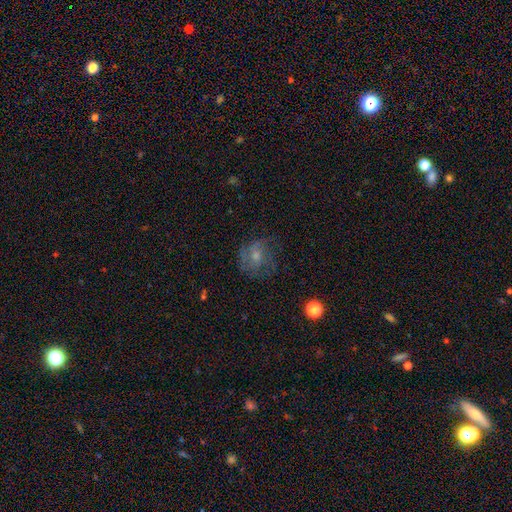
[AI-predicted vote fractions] Smooth or featured: featured or disk — 48% (smooth — 40%)
Merging: none — 58% (minor disturbance — 21%)